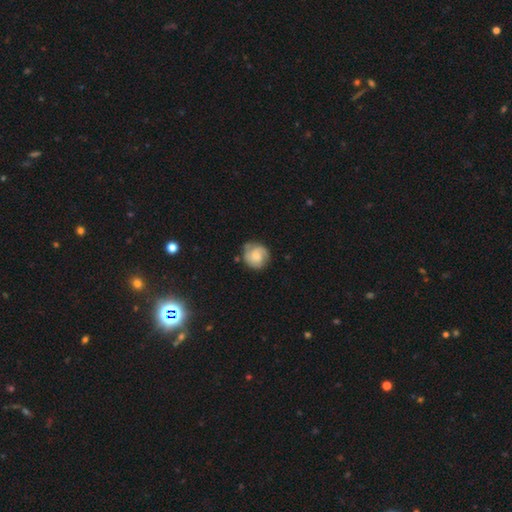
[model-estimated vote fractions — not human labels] This appears to be a featured or disk galaxy (59%) with no bar (63%), 2 (65%) tight (50%) spiral arms (92%) and a small central bulge (38%). Merging: none (72%).